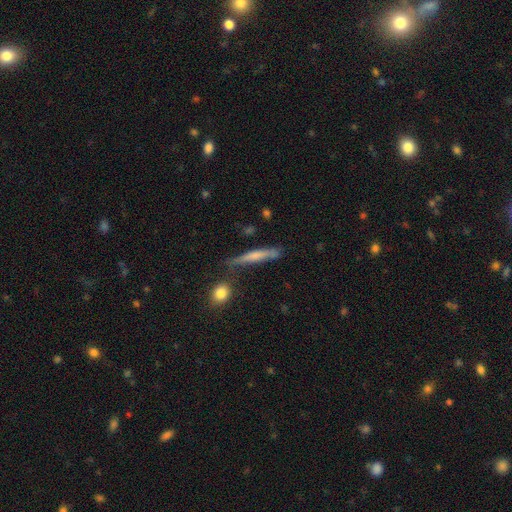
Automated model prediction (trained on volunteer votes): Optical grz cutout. It shows a smooth galaxy with no disk features (51%) that is cigar-shaped (92%). Merging: none (71%).